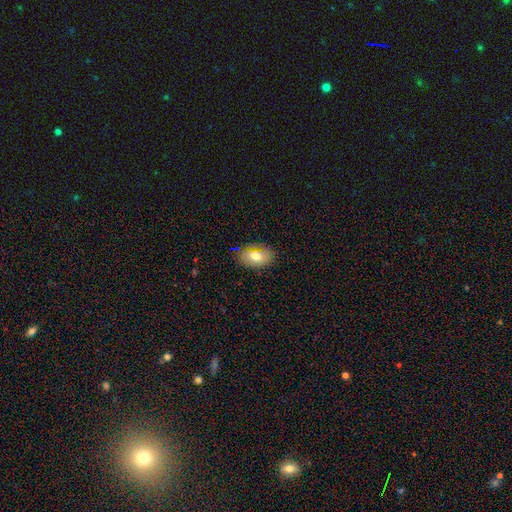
Smooth or featured: smooth — 79% (featured or disk — 16%)
How rounded: in between — 90% (round — 10%)
Merging: none — 89% (minor disturbance — 8%)